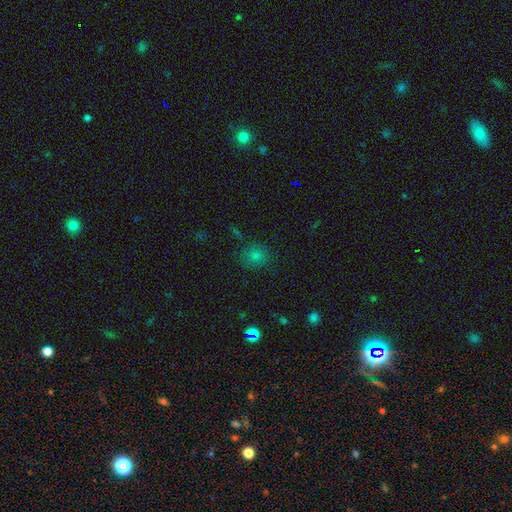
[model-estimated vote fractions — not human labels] Smooth or featured: smooth — 67% (star or artifact — 26%)
How rounded: round — 86% (in between — 13%)
Merging: none — 83% (minor disturbance — 11%)